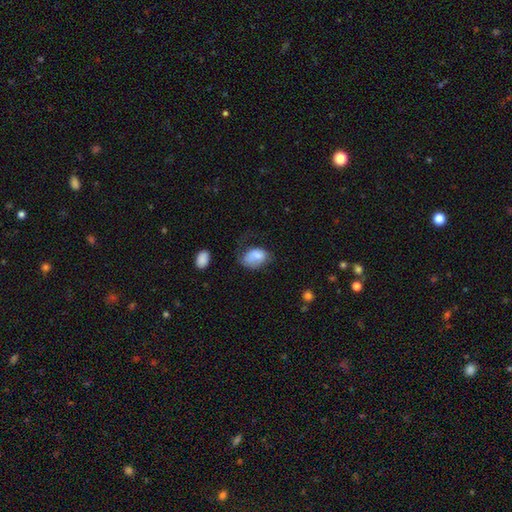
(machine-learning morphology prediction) This is likely a smooth galaxy (77%). How rounded: clearly in between (83%). Merging: marginally major disturbance (35%).